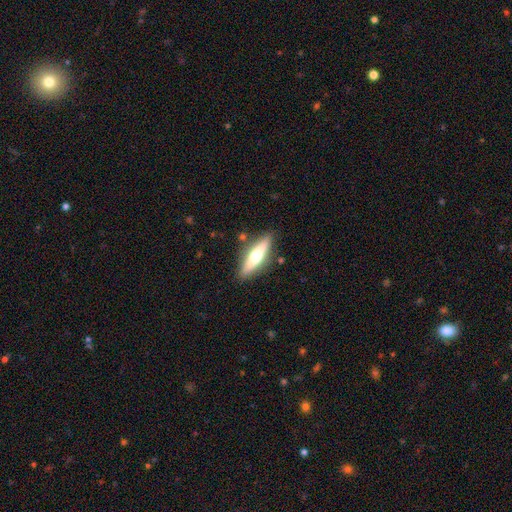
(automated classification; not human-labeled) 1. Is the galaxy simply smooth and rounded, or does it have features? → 50% featured or disk, 44% smooth, 6% star or artifact.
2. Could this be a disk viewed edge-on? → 89% yes, 11% no.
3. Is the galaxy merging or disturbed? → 85% none, 10% minor disturbance, 3% merger, 2% major disturbance.